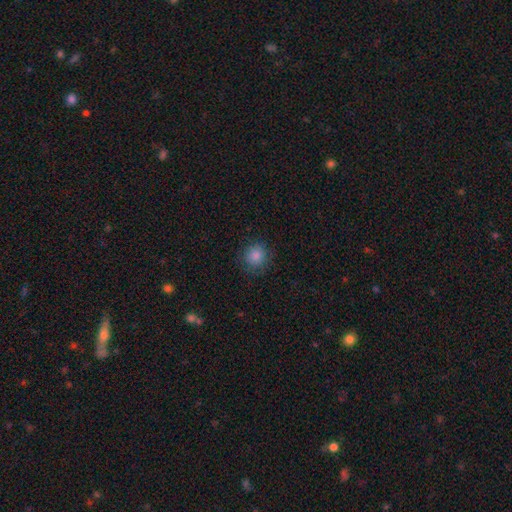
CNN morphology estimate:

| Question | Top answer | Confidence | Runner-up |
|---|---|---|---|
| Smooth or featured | smooth | 86% | star or artifact (10%) |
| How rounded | round | 90% | in between (9%) |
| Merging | none | 86% | minor disturbance (10%) |